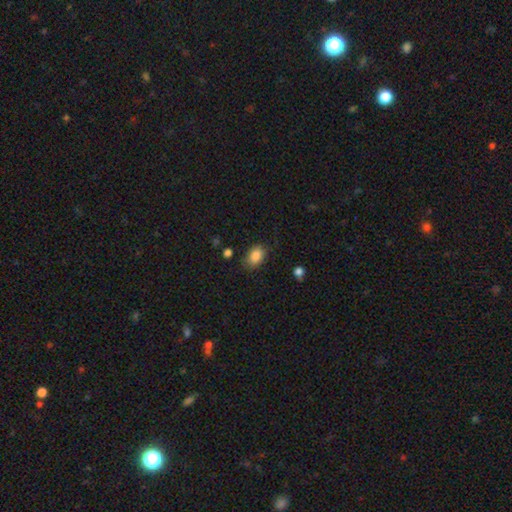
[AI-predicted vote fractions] Smooth or featured? Predicted: smooth (p=0.87). How rounded? Predicted: in between (p=0.84). Merging? Predicted: none (p=0.77).